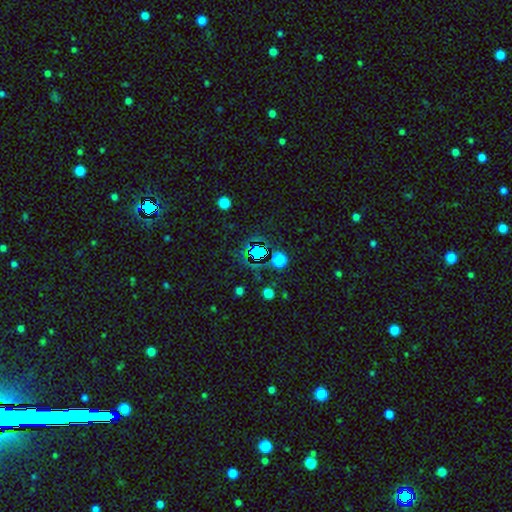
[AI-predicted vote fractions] This is likely a star or artifact rather than a galaxy (64%).